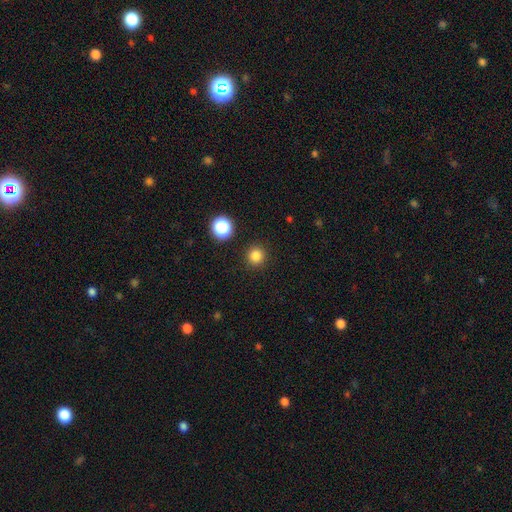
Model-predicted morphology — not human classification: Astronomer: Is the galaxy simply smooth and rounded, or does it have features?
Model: smooth — 82%.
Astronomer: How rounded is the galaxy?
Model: round — 94%.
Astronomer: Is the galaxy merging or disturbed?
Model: none — 92%.